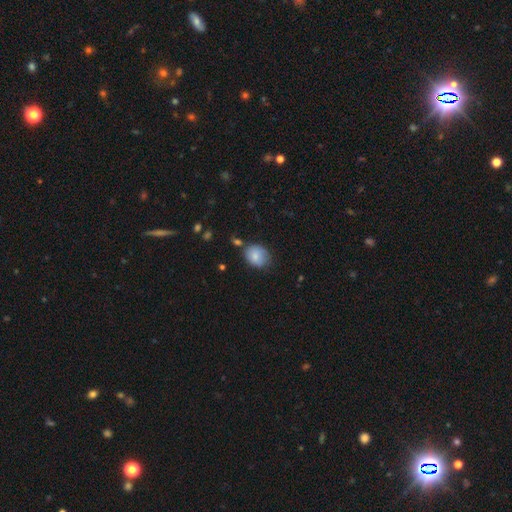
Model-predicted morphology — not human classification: A smooth galaxy with no disk features (82%) that is round (50%).

Vote fractions:
- Smooth or featured? smooth: 82% / featured or disk: 10% / star or artifact: 8%
- How rounded? round: 50% / in between: 49% / cigar-shaped: 1%
- Merging? none: 63% / minor disturbance: 26% / merger: 6% / major disturbance: 6%